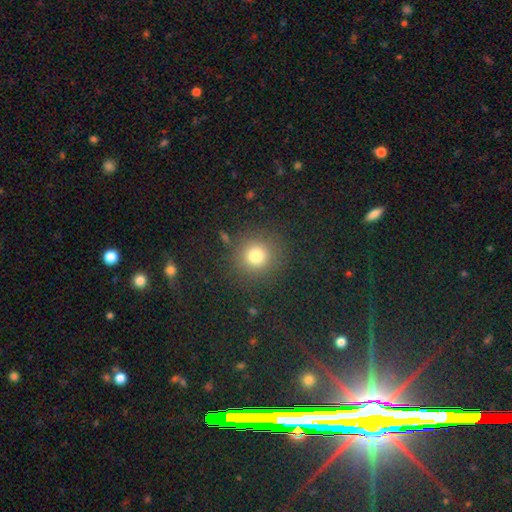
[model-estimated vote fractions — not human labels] Morphology: type=smooth (77%); roundness=round (92%); merging=none (86%).